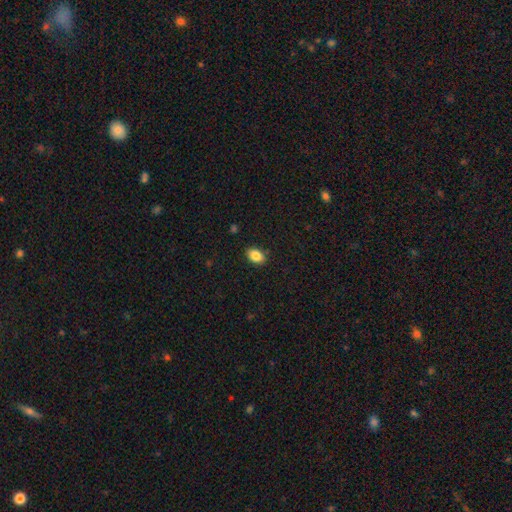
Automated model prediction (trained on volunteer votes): Smooth or featured: smooth — 86% (star or artifact — 8%)
How rounded: in between — 85% (round — 14%)
Merging: none — 88% (minor disturbance — 9%)